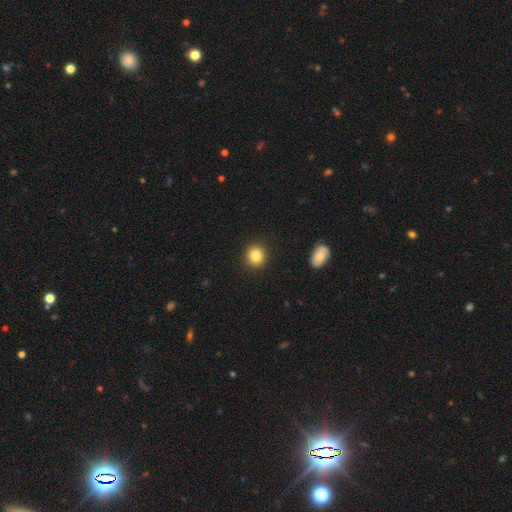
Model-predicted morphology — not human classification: Smooth or featured? Predicted: smooth (p=0.84). How rounded? Predicted: round (p=0.87). Merging? Predicted: none (p=0.91).